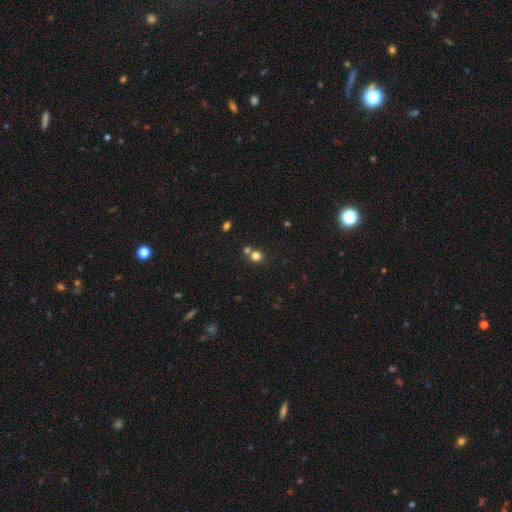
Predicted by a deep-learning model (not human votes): The model was most divided on "merging": none: 60%, merger: 31%, minor disturbance: 7%, major disturbance: 3%. More confident: how rounded — round (87%); smooth or featured — smooth (78%).